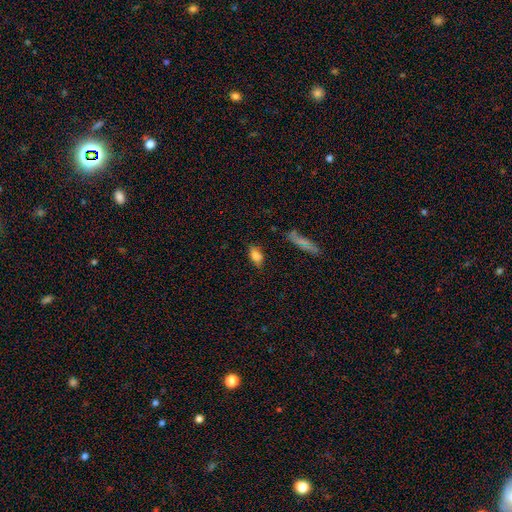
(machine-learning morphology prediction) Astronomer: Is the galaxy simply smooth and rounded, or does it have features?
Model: smooth — 80%.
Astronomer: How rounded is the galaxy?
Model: in between — 85%.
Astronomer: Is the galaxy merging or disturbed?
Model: none — 74%.